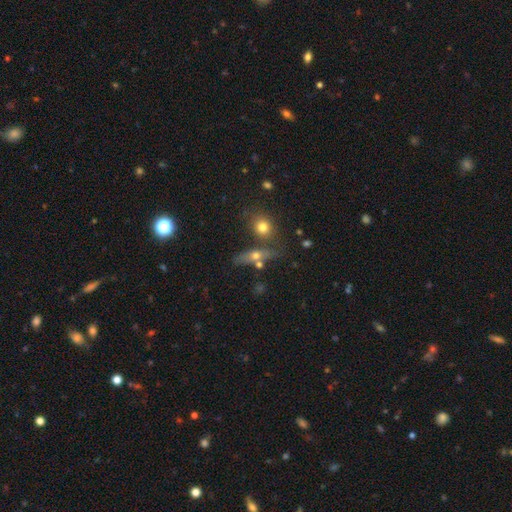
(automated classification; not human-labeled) Overall: smooth (49%; featured or disk 35%). Merging: none (56%; merger 23%).